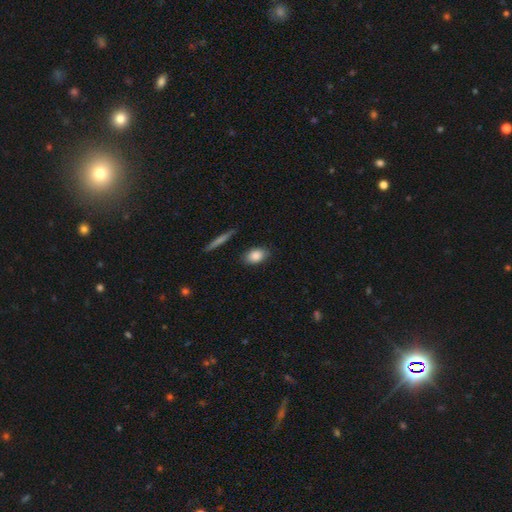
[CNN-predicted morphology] Overall: smooth (85%). How rounded: in between (82%). Merging: none (83%).